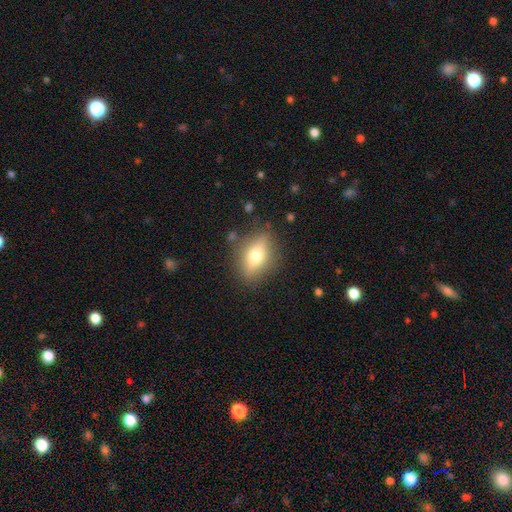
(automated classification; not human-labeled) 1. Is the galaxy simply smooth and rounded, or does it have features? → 55% smooth, 37% featured or disk, 8% star or artifact.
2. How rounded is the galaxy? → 69% in between, 20% round, 12% cigar-shaped.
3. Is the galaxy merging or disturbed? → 83% none, 12% minor disturbance, 4% major disturbance, 2% merger.